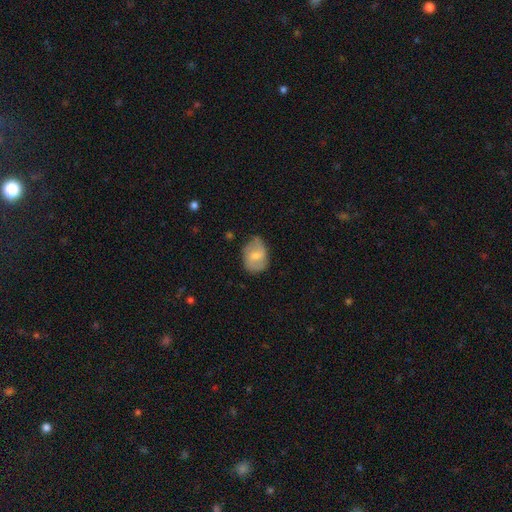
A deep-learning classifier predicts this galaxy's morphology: This appears to be a featured or disk galaxy (47%). Merging: none (61%).